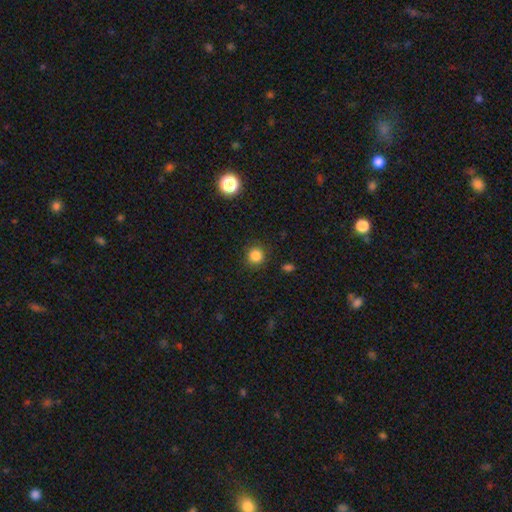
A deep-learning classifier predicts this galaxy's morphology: smooth-or-featured: smooth: 84% | star or artifact: 12% | featured or disk: 4%
  how-rounded: round: 93% | in between: 6% | cigar-shaped: 1%
  merging: none: 89% | minor disturbance: 7% | major disturbance: 3% | merger: 1%